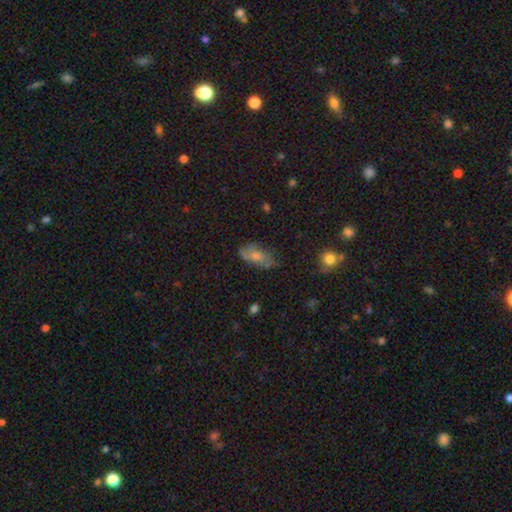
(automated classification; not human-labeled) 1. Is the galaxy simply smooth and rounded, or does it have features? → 45% smooth, 41% featured or disk, 14% star or artifact.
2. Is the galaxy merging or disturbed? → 66% none, 24% minor disturbance, 8% major disturbance, 2% merger.